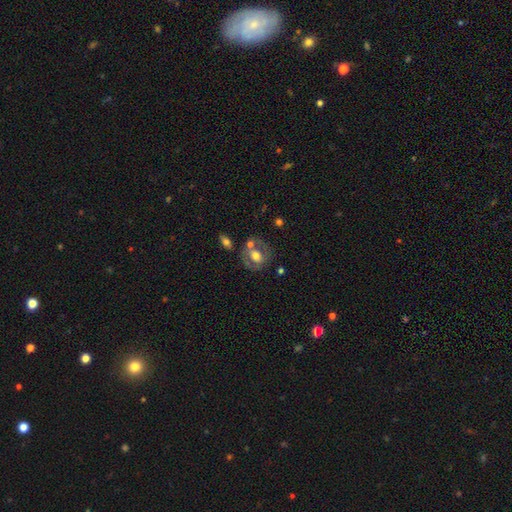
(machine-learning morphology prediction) smooth-or-featured: featured or disk: 48% | smooth: 45% | star or artifact: 8%
  merging: none: 60% | merger: 17% | minor disturbance: 15% | major disturbance: 7%